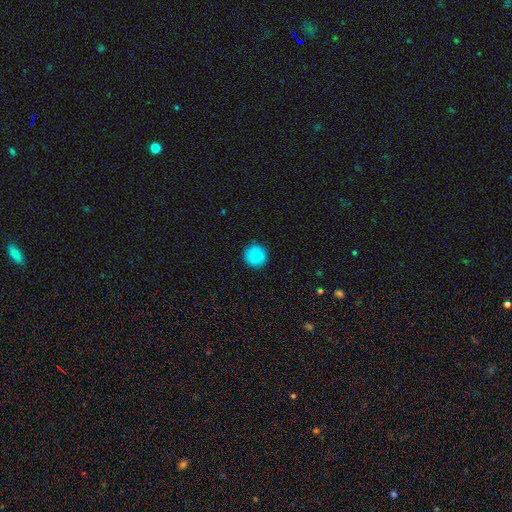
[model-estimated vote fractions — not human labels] Smooth or featured: smooth — 89% (star or artifact — 8%)
How rounded: round — 94% (in between — 5%)
Merging: none — 91% (minor disturbance — 7%)